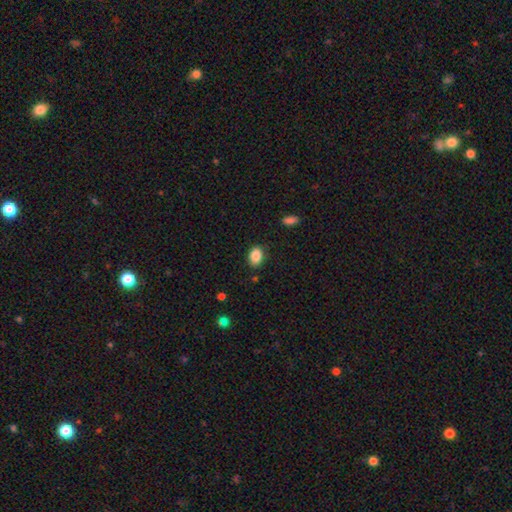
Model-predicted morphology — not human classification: This appears to be a smooth galaxy with no disk features (87%) that is in between round and cigar-shaped (80%). Merging: none (84%).